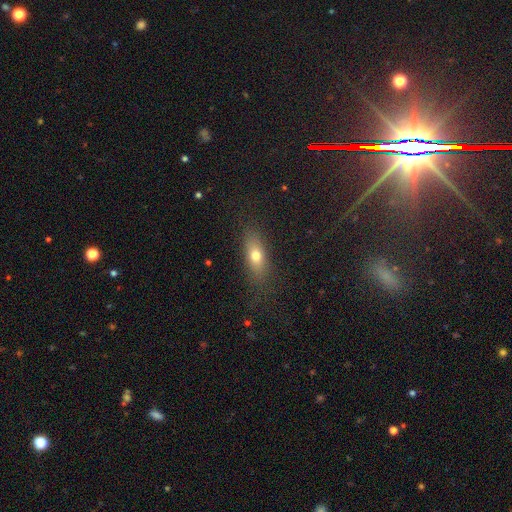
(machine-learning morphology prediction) Smooth or featured: smooth — 71% (featured or disk — 20%)
How rounded: in between — 70% (cigar-shaped — 22%)
Merging: none — 81% (minor disturbance — 13%)